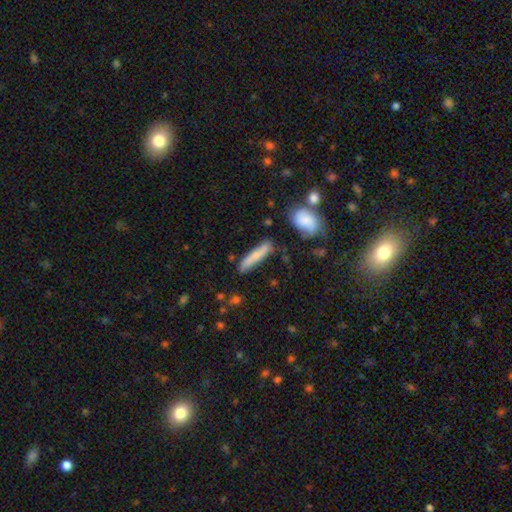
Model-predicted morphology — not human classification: Smooth or featured? Predicted: smooth (p=0.69). How rounded? Predicted: cigar-shaped (p=0.87). Merging? Predicted: none (p=0.78).